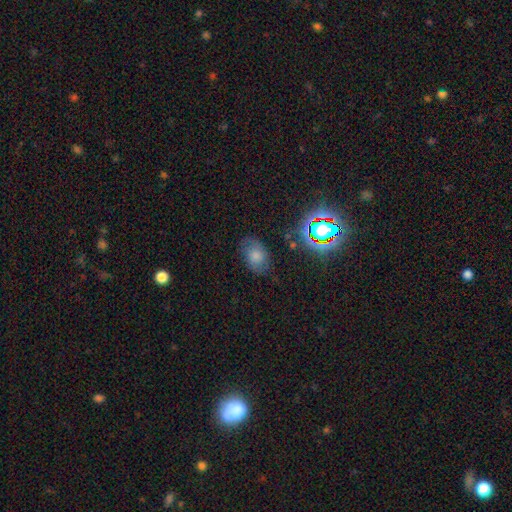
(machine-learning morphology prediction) smooth_or_featured: smooth (p=0.57) [alt: featured or disk p=0.26]
how_rounded: in between (p=0.77) [alt: round p=0.21]
merging: none (p=0.68) [alt: minor disturbance p=0.21]